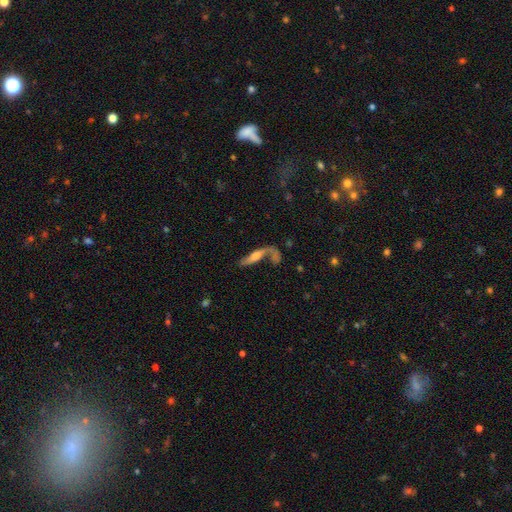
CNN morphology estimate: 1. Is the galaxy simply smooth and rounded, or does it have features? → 57% featured or disk, 35% smooth, 8% star or artifact.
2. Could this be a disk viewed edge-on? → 50% yes (tied), 50% no (tied).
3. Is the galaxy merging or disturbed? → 39% none, 25% major disturbance, 20% merger, 15% minor disturbance.